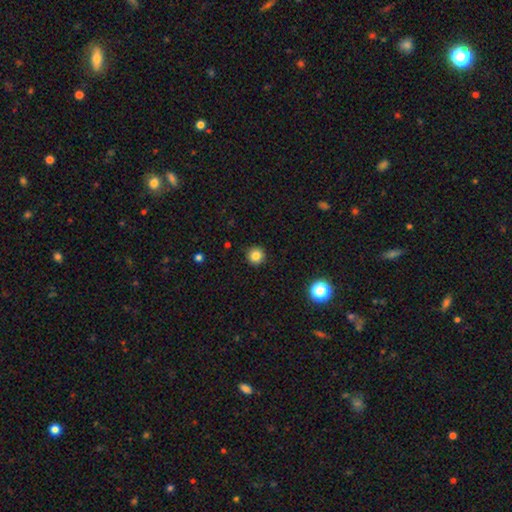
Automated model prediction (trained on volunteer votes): Smooth or featured: smooth — 83% (star or artifact — 12%)
How rounded: round — 94% (in between — 5%)
Merging: none — 92% (minor disturbance — 5%)